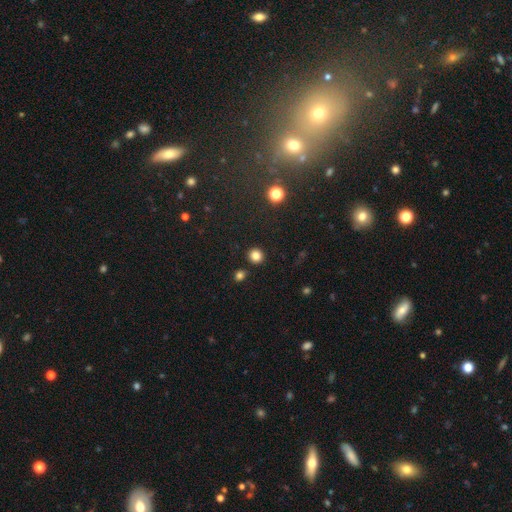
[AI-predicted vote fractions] Smooth or featured? Predicted: smooth (p=0.83). How rounded? Predicted: round (p=0.91). Merging? Predicted: none (p=0.89).